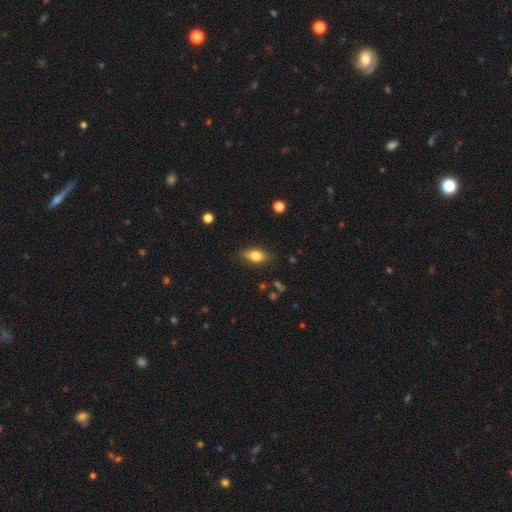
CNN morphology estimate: This appears to be a smooth galaxy with no disk features (79%) that is in between round and cigar-shaped (84%). Merging: none (81%).